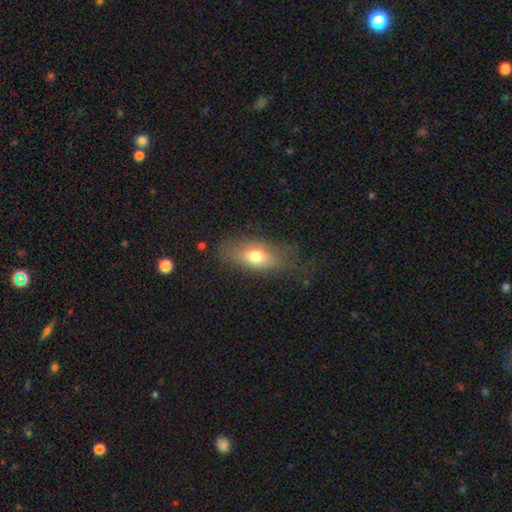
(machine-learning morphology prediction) Smooth or featured: smooth — 71% (featured or disk — 21%)
How rounded: in between — 83% (cigar-shaped — 9%)
Merging: none — 63% (minor disturbance — 22%)